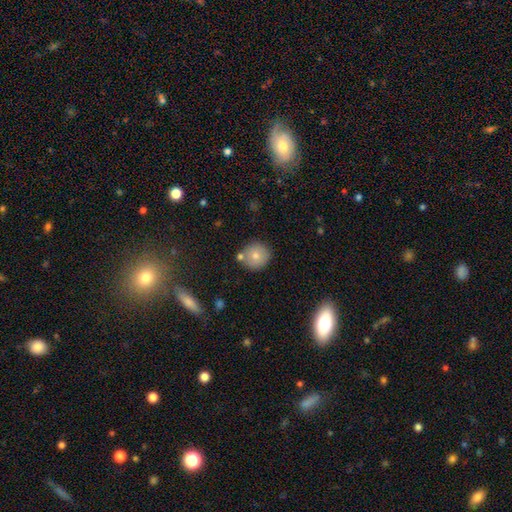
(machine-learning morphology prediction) smooth_or_featured: smooth (p=0.75) [alt: featured or disk p=0.14]
how_rounded: round (p=0.93) [alt: in between p=0.06]
merging: none (p=0.75) [alt: merger p=0.12]